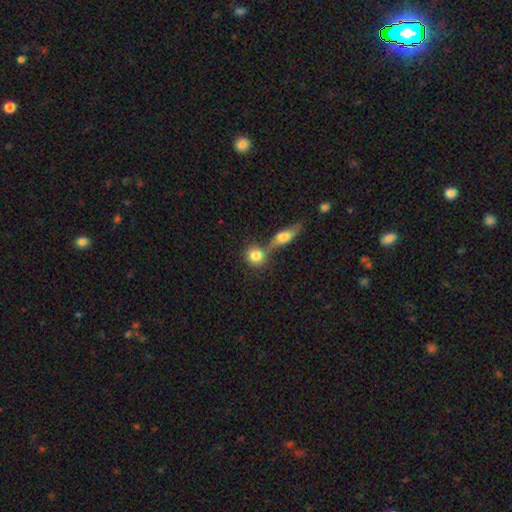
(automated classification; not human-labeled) smooth-or-featured: smooth: 81% | featured or disk: 11% | star or artifact: 8%
  how-rounded: round: 79% | in between: 18% | cigar-shaped: 3%
  merging: none: 45% | merger: 43% | minor disturbance: 9% | major disturbance: 4%